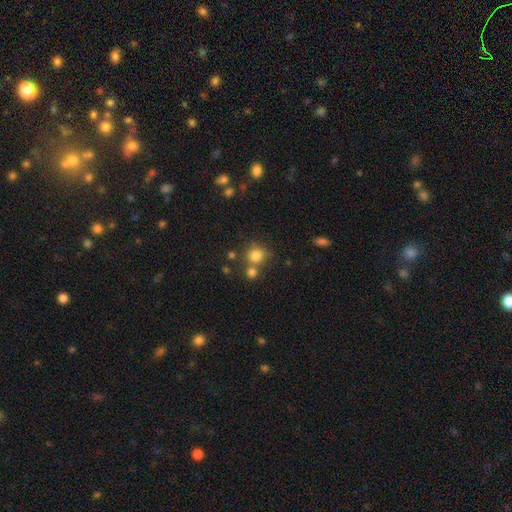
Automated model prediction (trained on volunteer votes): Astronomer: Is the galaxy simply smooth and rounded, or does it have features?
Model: smooth — 80%.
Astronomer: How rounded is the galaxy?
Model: round — 89%.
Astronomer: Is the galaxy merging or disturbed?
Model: none — 61%.